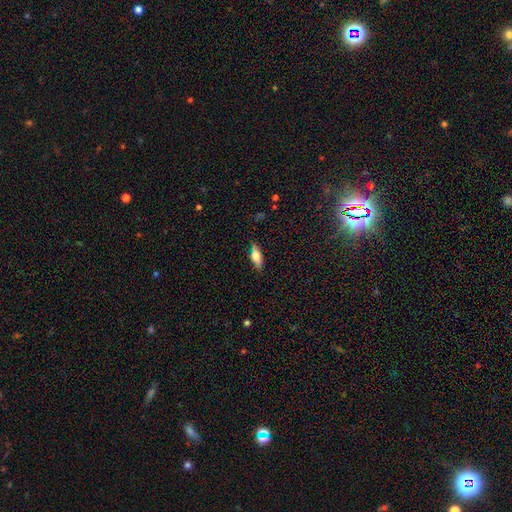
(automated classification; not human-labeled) Smooth or featured?
  - smooth: 63% *
  - featured or disk: 28%
  - star or artifact: 9%
How rounded?
  - in between: 62% *
  - cigar-shaped: 35%
  - round: 4%
Merging?
  - none: 82% *
  - minor disturbance: 14%
  - major disturbance: 3%
  - merger: 2%